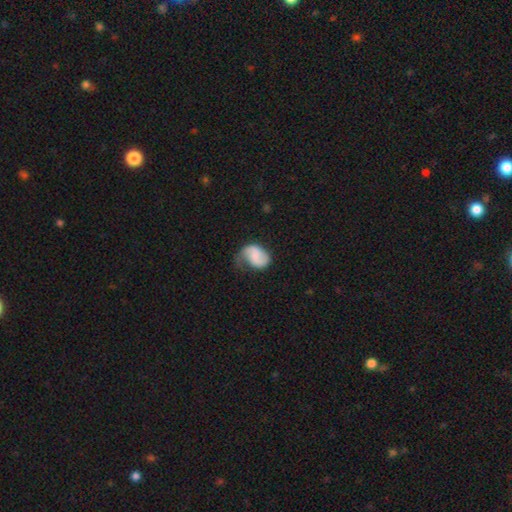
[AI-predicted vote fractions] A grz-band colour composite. It shows a featured or disk galaxy (53%) with no bar (48%), spiral arms (89%) and no central bulge (49%). Merging: none (37%).